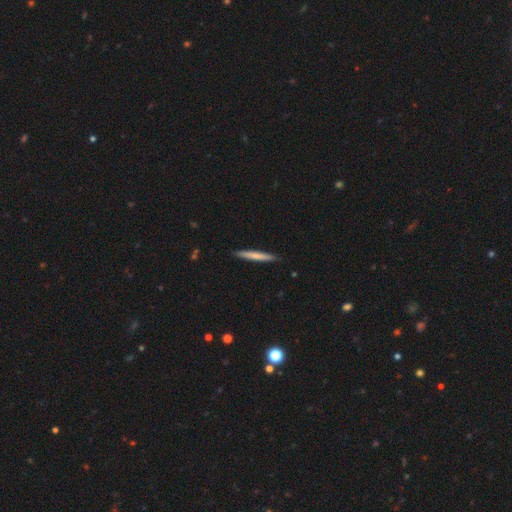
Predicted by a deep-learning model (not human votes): A smooth galaxy with no disk features (69%) that is cigar-shaped (96%).

Vote fractions:
- Smooth or featured? smooth: 69% / featured or disk: 26% / star or artifact: 5%
- How rounded? cigar-shaped: 96% / in between: 3% / round: 1%
- Merging? none: 90% / minor disturbance: 8% / major disturbance: 1% / merger: 1%